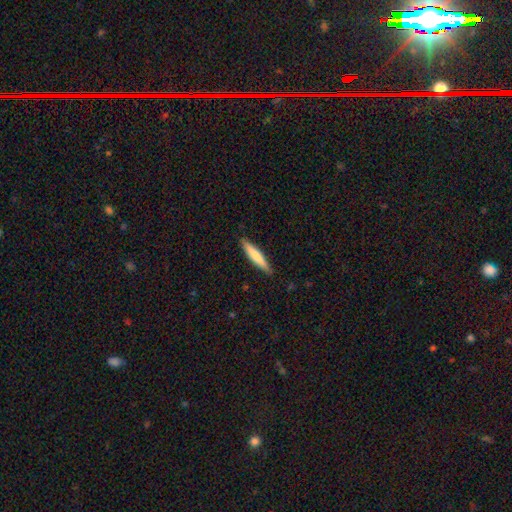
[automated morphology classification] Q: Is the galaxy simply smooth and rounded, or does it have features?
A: smooth — 73%.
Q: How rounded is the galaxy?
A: cigar-shaped — 90%.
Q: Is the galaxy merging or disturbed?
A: none — 89%.